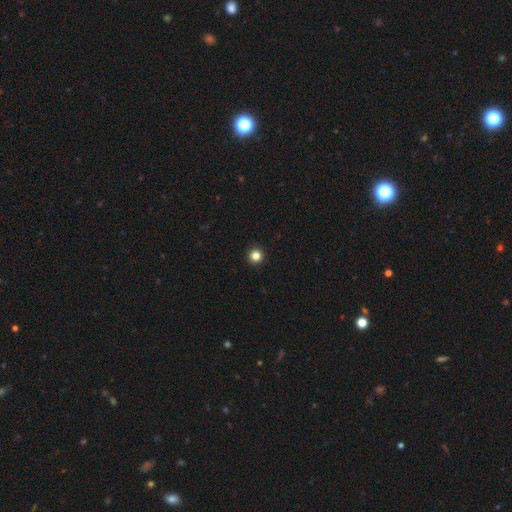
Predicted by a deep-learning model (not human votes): Overall: smooth (84%). How rounded: round (96%). Merging: none (94%).